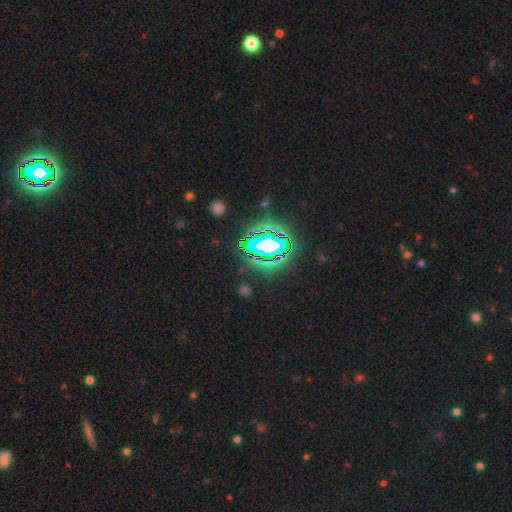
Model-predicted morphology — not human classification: A star or artifact, not a galaxy (83%).

Vote fractions:
- Smooth or featured? star or artifact: 83% / smooth: 10% / featured or disk: 6%